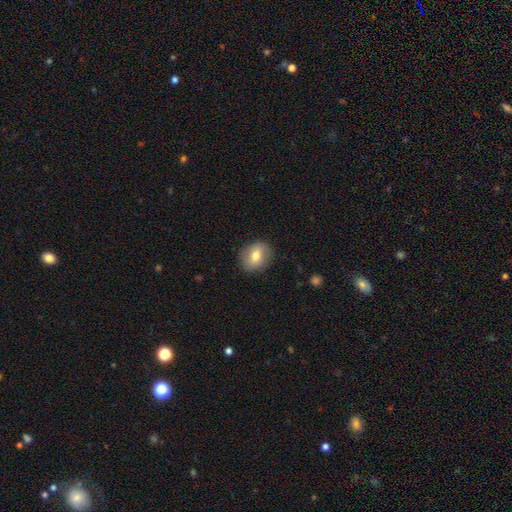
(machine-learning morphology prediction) Smooth or featured: smooth — 70% (featured or disk — 22%)
How rounded: round — 55% (in between — 44%)
Merging: none — 85% (minor disturbance — 11%)